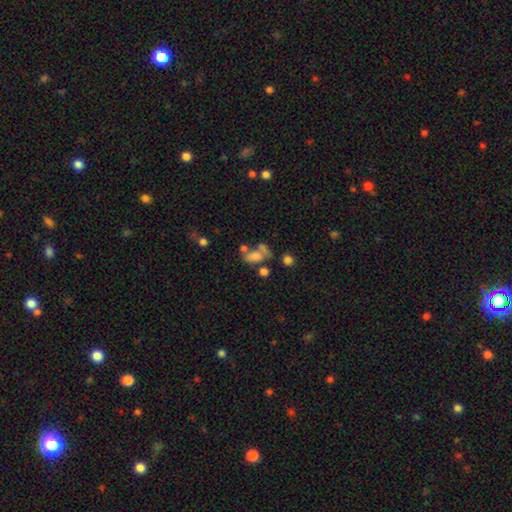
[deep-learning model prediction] smooth_or_featured: smooth (p=0.63) [alt: featured or disk p=0.22]
how_rounded: in between (p=0.83) [alt: round p=0.13]
merging: merger (p=0.40) [alt: none p=0.28]